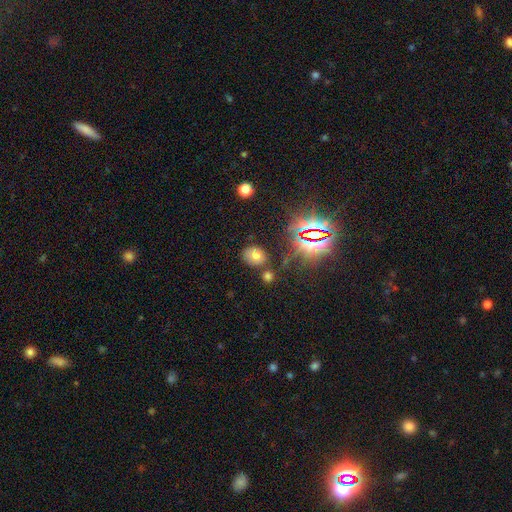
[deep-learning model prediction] Smooth or featured?
  - smooth: 62% *
  - star or artifact: 25%
  - featured or disk: 13%
How rounded?
  - in between: 51% *
  - round: 48%
  - cigar-shaped: 1%
Merging?
  - none: 74% *
  - minor disturbance: 13%
  - merger: 9%
  - major disturbance: 4%